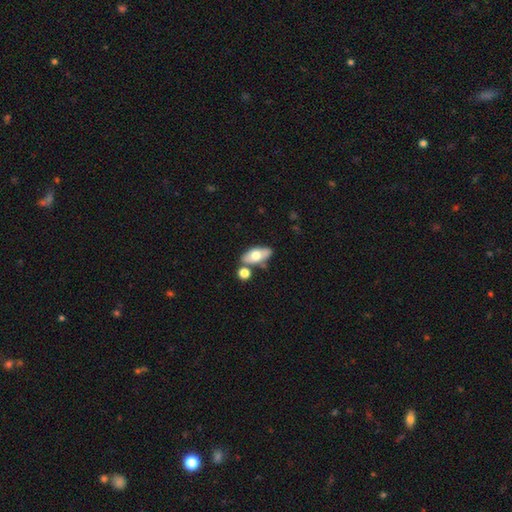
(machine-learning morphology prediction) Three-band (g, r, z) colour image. It shows a smooth galaxy with no disk features (57%) that is in between round and cigar-shaped (86%). Merging: none (63%).